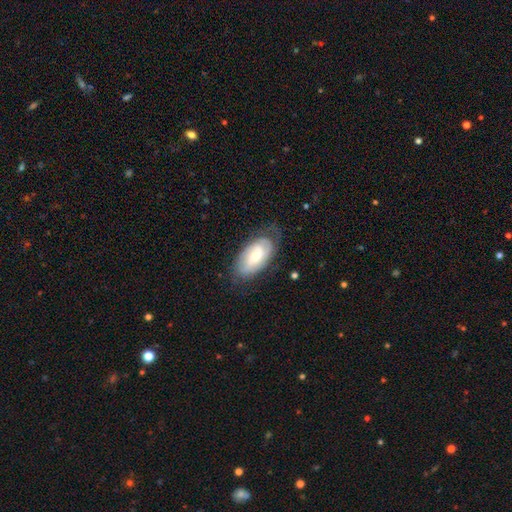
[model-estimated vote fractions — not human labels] smooth_or_featured: featured or disk (p=0.53) [alt: smooth p=0.40]
disk_edge_on: no (p=0.93) [alt: yes p=0.07]
merging: none (p=0.61) [alt: minor disturbance p=0.27]